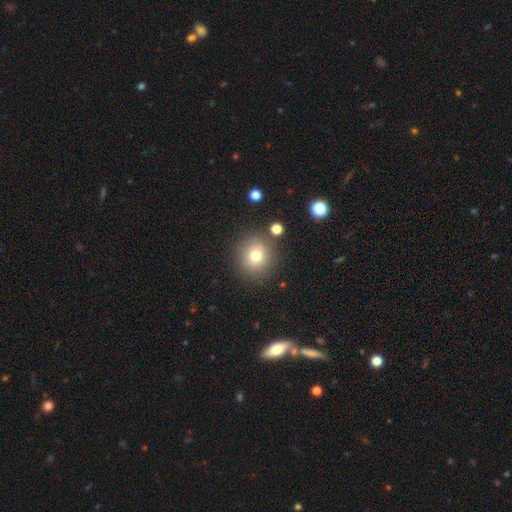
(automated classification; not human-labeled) A smooth galaxy with no disk features (75%) that is round (91%).

Vote fractions:
- Smooth or featured? smooth: 75% / star or artifact: 14% / featured or disk: 11%
- How rounded? round: 91% / in between: 8% / cigar-shaped: 1%
- Merging? none: 85% / minor disturbance: 8% / merger: 4% / major disturbance: 3%